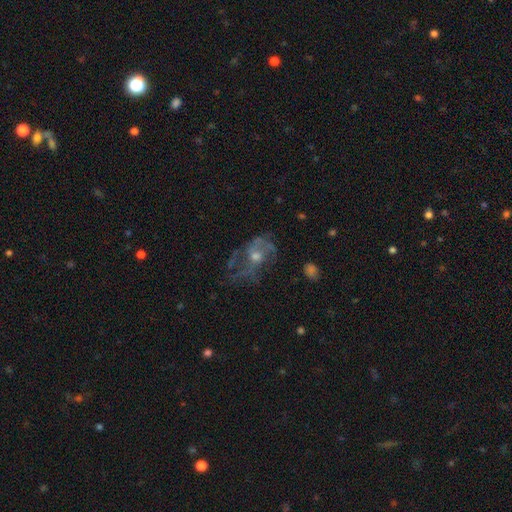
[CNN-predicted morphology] This appears to be a featured or disk galaxy (70%) with no bar (76%), spiral arms (67%) and a moderate central bulge (54%). Merging: none (46%).